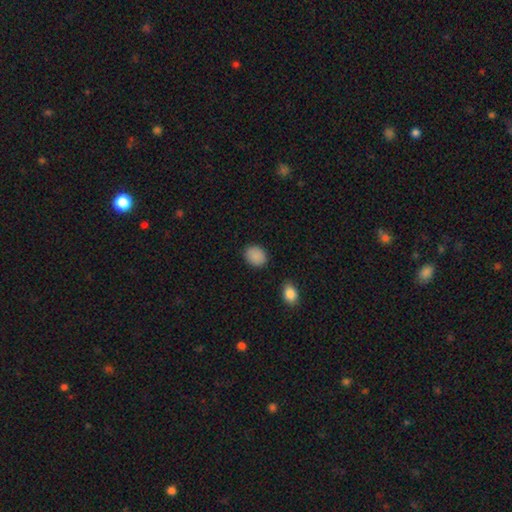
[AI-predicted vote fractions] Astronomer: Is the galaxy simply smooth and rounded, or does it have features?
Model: smooth — 89%.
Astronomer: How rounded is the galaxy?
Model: in between — 54% (runner-up: round, 45%).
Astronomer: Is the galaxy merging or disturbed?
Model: none — 86%.